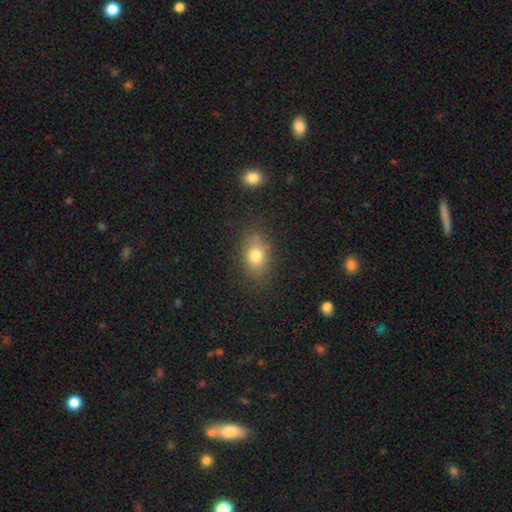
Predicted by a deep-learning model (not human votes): Smooth or featured?
  - smooth: 77% *
  - featured or disk: 12%
  - star or artifact: 11%
How rounded?
  - in between: 71% *
  - round: 27%
  - cigar-shaped: 2%
Merging?
  - none: 77% *
  - minor disturbance: 16%
  - major disturbance: 5%
  - merger: 2%